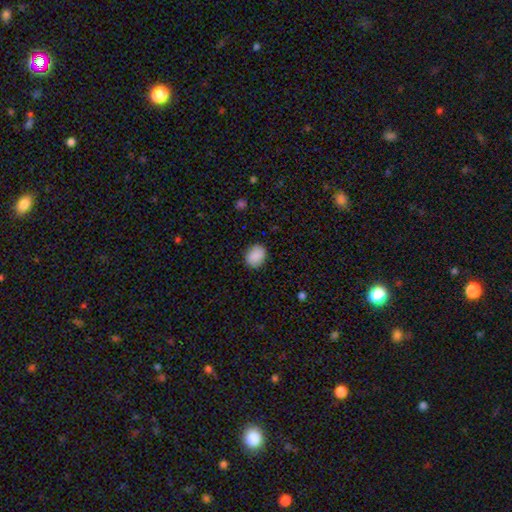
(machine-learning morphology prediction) Smooth or featured: smooth — 88% (star or artifact — 7%)
How rounded: round — 50% (in between — 49%)
Merging: none — 87% (minor disturbance — 9%)